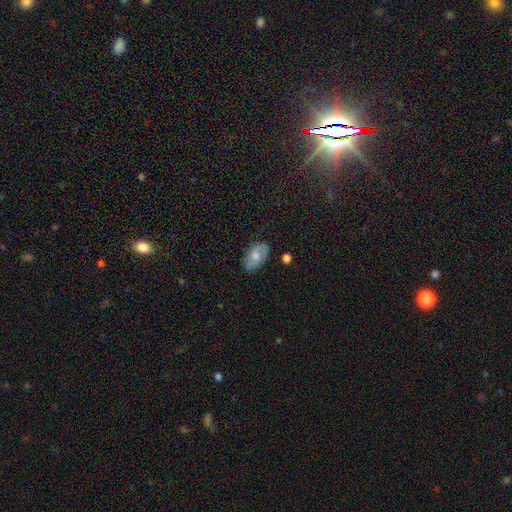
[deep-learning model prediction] A smooth galaxy with no disk features (61%) that is in between round and cigar-shaped (92%). Merging: none (78%).